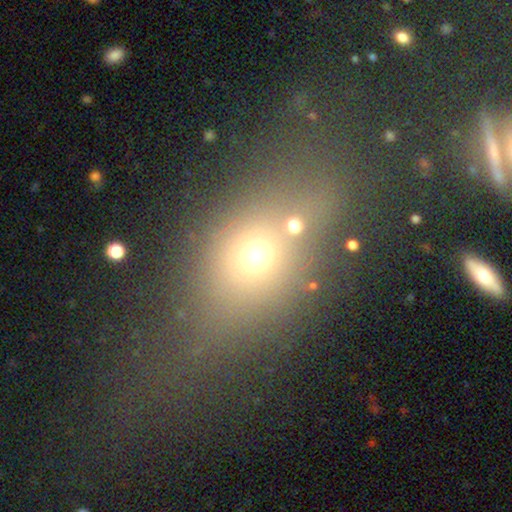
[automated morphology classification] Smooth or featured? Predicted: smooth (p=0.59). How rounded? Predicted: in between (p=0.57). Merging? Predicted: none (p=0.52).